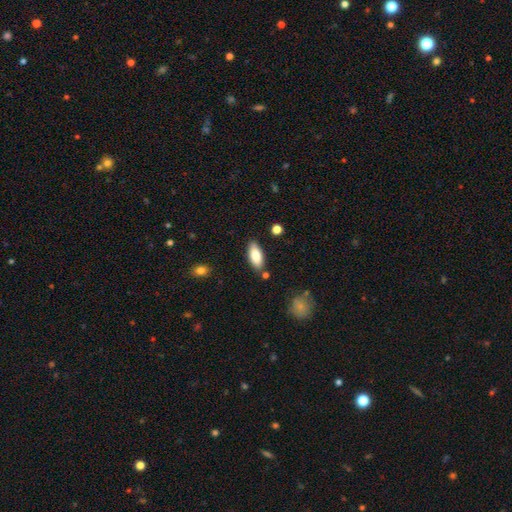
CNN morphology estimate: This is clearly a smooth galaxy (83%). How rounded: clearly in between (85%). Merging: clearly none (82%).